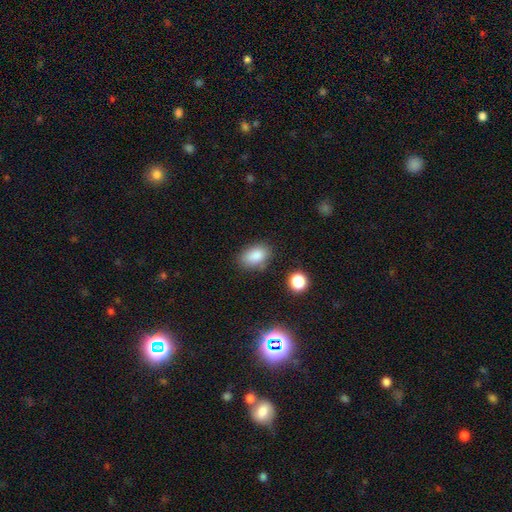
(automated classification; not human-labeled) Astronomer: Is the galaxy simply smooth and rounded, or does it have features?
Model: smooth — 86%.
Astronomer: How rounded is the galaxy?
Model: in between — 86%.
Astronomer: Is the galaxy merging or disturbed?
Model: none — 76%.